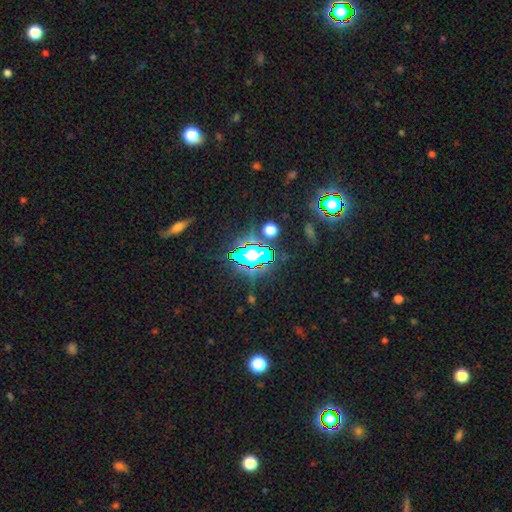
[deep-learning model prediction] Q: Smooth or featured?
A: star or artifact (71%); runner-up: smooth (17%)